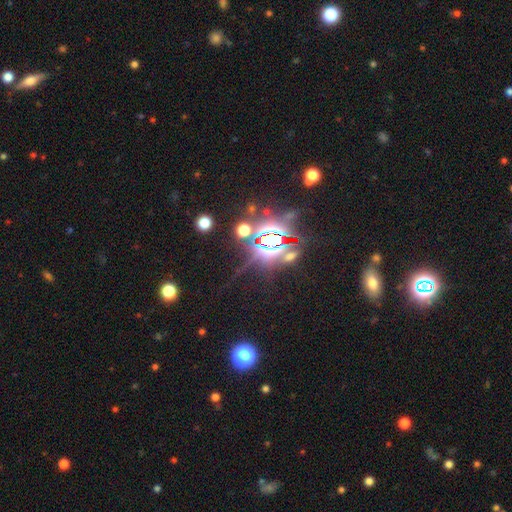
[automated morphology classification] Smooth or featured?
  - star or artifact: 85% *
  - featured or disk: 7%
  - smooth: 7%